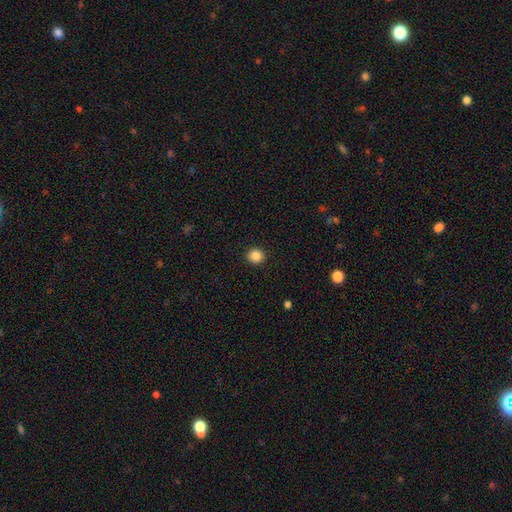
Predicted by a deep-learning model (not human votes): This appears to be a smooth galaxy with no disk features (87%) that is round (90%). Merging: none (93%).